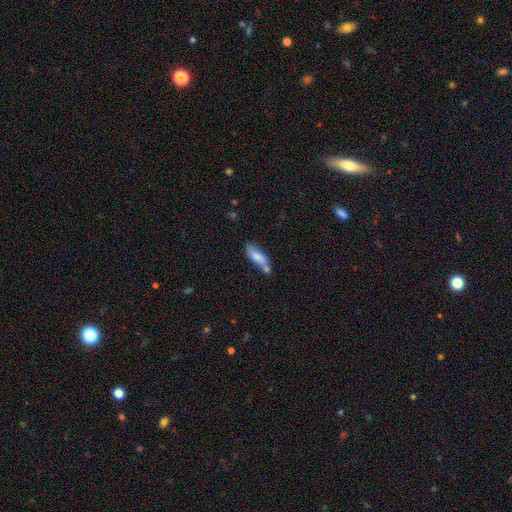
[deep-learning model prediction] Overall: smooth (61%; featured or disk 28%). How rounded: in between (51%; cigar-shaped 46%). Merging: none (59%).